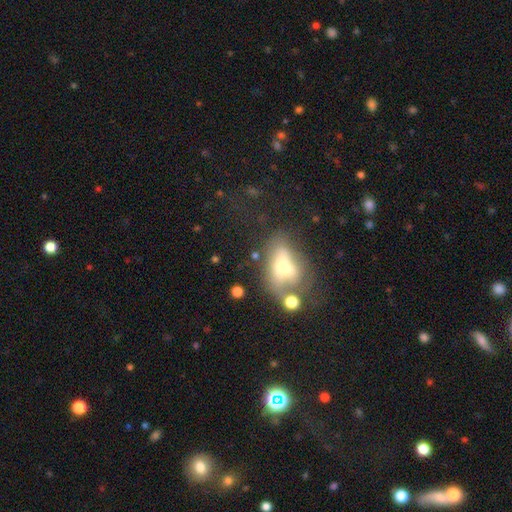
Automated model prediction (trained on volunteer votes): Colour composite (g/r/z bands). It shows a smooth galaxy with no disk features (46%). Merging: none (30%).